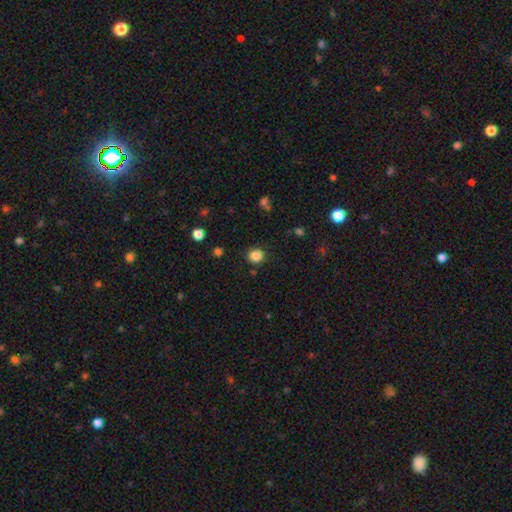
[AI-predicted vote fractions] This appears to be a smooth galaxy with no disk features (85%) that is round (82%). Merging: none (87%).